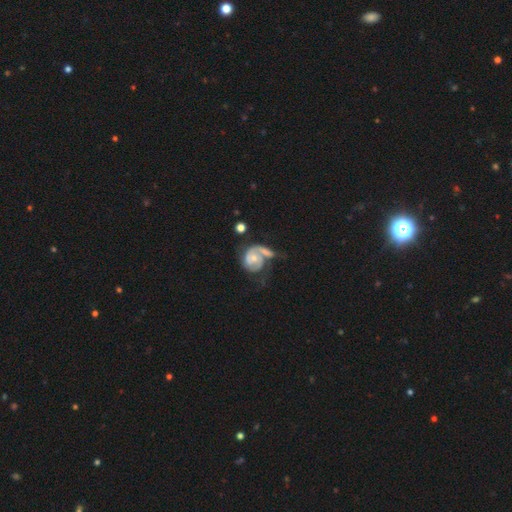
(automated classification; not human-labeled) This appears to be a featured or disk galaxy (77%) with no bar (67%), 2 (50%) tight (49%) spiral arms (88%) and a small central bulge (51%). Merging: none (34%).